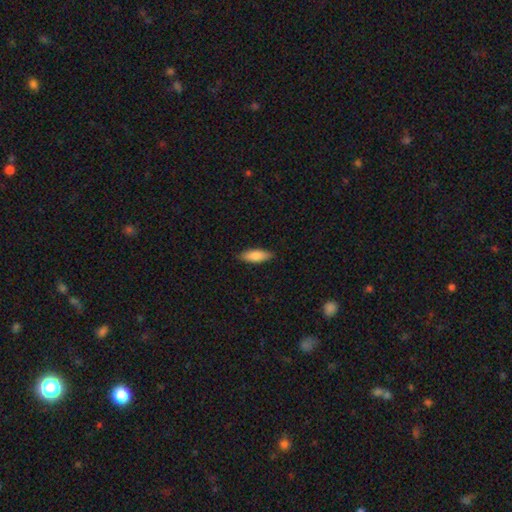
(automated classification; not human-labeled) This appears to be a smooth galaxy with no disk features (83%) that is in between round and cigar-shaped (58%). Merging: none (87%).